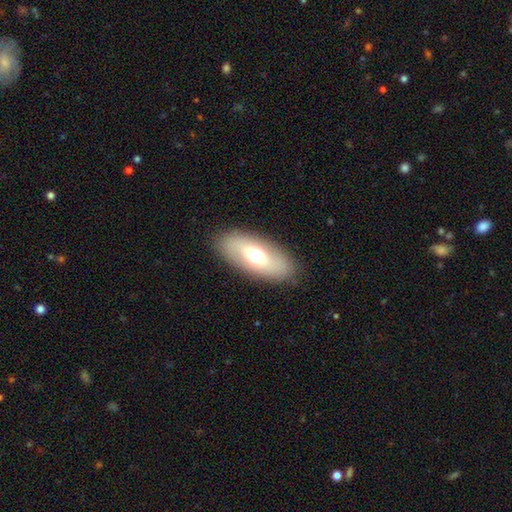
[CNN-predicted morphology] Overall: smooth (60%; featured or disk 33%). How rounded: in between (87%). Merging: none (87%).